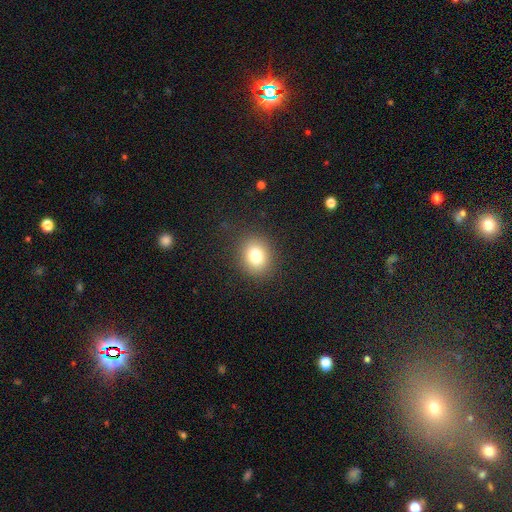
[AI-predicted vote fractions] A smooth galaxy with no disk features (79%) that is round (65%). Merging: none (87%).